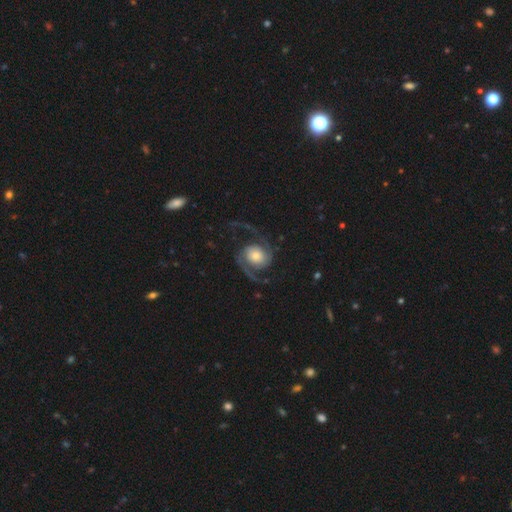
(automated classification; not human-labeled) This appears to be a featured or disk galaxy (88%) with no bar (70%), 2 (93%) loose (47%) spiral arms (98%) and a moderate central bulge (37%). Merging: none (71%).